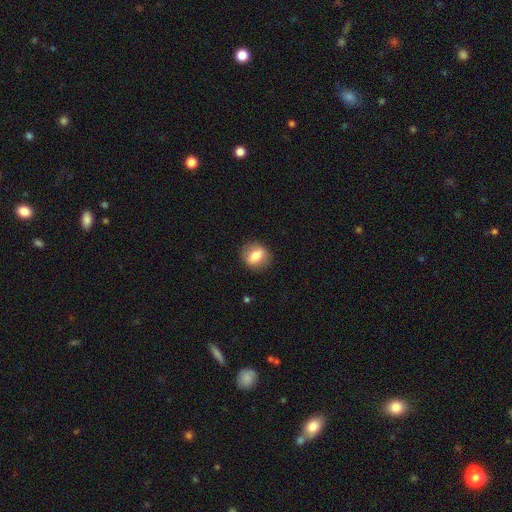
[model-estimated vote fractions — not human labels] smooth-or-featured: smooth: 68% | featured or disk: 24% | star or artifact: 8%
  how-rounded: round: 59% | in between: 39% | cigar-shaped: 2%
  merging: none: 85% | minor disturbance: 10% | major disturbance: 3% | merger: 1%